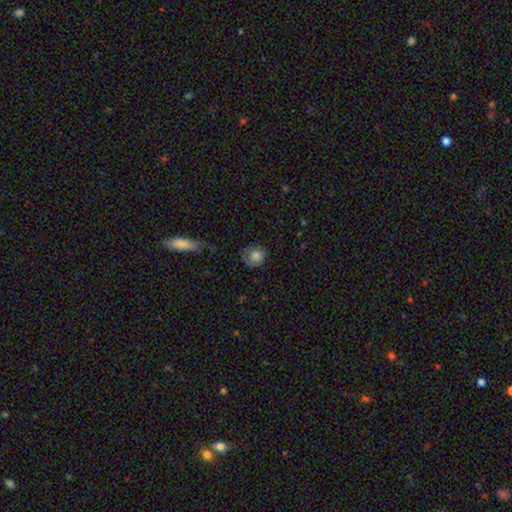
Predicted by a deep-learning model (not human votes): smooth-or-featured: smooth: 78% | featured or disk: 13% | star or artifact: 9%
  how-rounded: round: 76% | in between: 23% | cigar-shaped: 1%
  merging: none: 54% | minor disturbance: 30% | major disturbance: 14% | merger: 2%